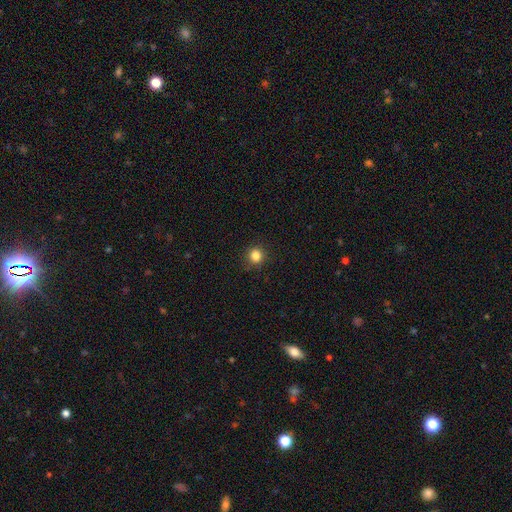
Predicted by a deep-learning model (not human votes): Smooth or featured?
  - smooth: 83% *
  - star or artifact: 12%
  - featured or disk: 4%
How rounded?
  - round: 92% *
  - in between: 7%
  - cigar-shaped: 1%
Merging?
  - none: 90% *
  - minor disturbance: 7%
  - major disturbance: 2%
  - merger: 1%